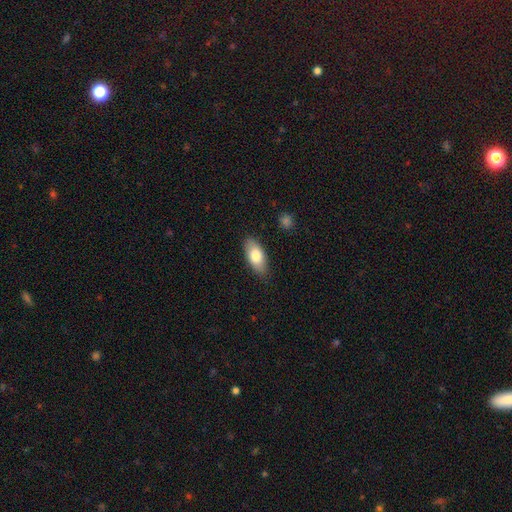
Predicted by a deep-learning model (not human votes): smooth-or-featured: smooth: 78% | featured or disk: 16% | star or artifact: 6%
  how-rounded: in between: 89% | cigar-shaped: 8% | round: 3%
  merging: none: 86% | minor disturbance: 10% | major disturbance: 2% | merger: 1%